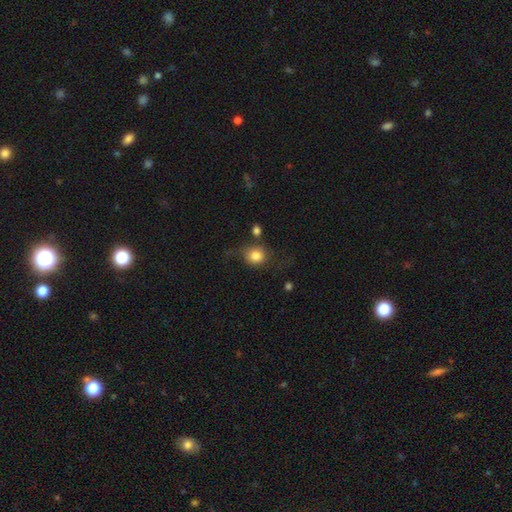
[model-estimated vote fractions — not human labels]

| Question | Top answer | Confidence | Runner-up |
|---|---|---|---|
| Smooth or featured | smooth | 78% | featured or disk (12%) |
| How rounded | round | 81% | in between (18%) |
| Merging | none | 59% | minor disturbance (20%) |